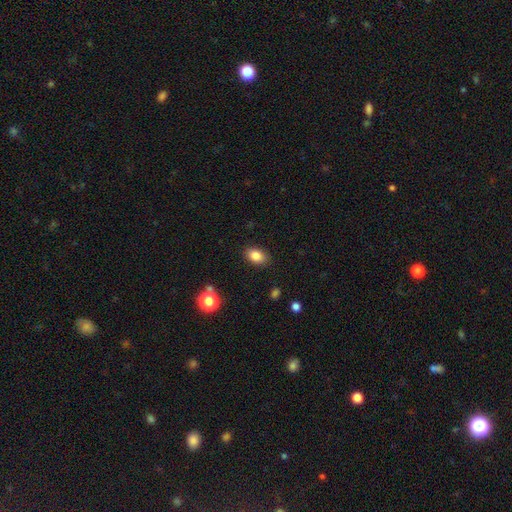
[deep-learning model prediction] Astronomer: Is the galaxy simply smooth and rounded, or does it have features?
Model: smooth — 84%.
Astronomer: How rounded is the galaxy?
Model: in between — 85%.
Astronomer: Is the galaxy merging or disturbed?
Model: none — 86%.